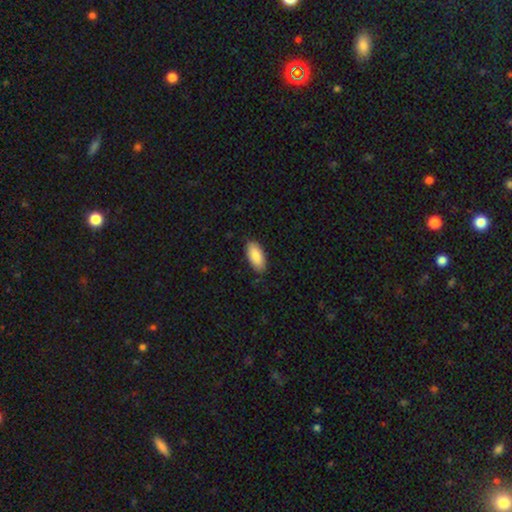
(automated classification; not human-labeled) Smooth or featured: smooth — 89% (star or artifact — 6%)
How rounded: in between — 91% (cigar-shaped — 7%)
Merging: none — 85% (minor disturbance — 12%)